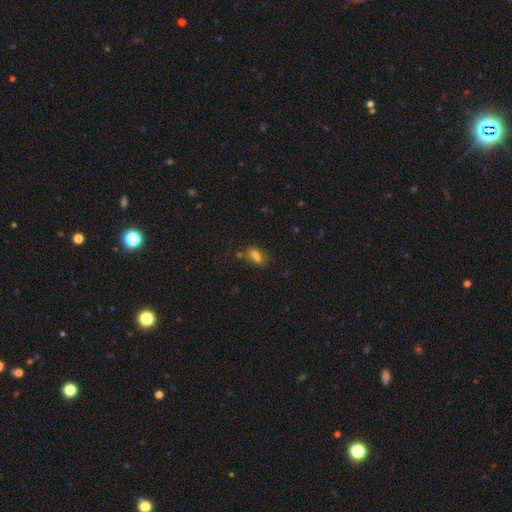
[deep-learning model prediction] smooth_or_featured: smooth (p=0.64) [alt: star or artifact p=0.19]
how_rounded: in between (p=0.64) [alt: round p=0.34]
merging: merger (p=0.44) [alt: none p=0.35]